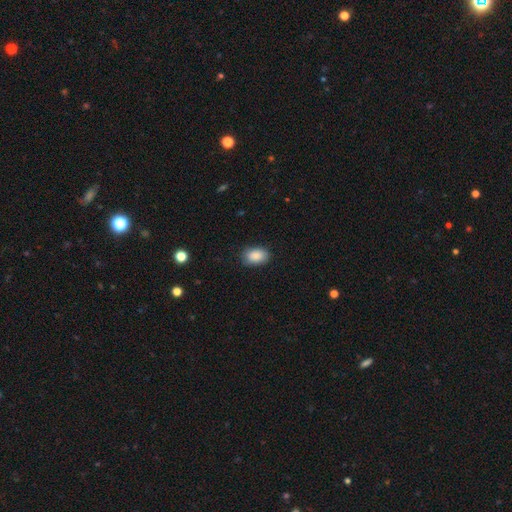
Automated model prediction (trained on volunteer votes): smooth_or_featured: smooth (p=0.89) [alt: star or artifact p=0.07]
how_rounded: in between (p=0.87) [alt: round p=0.12]
merging: none (p=0.83) [alt: minor disturbance p=0.14]